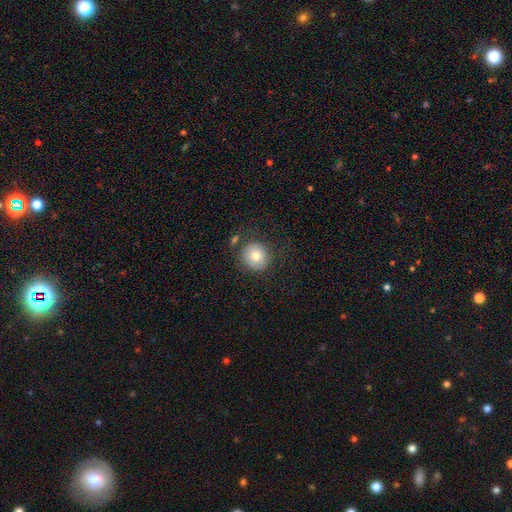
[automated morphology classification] Smooth or featured?
  - smooth: 77% *
  - featured or disk: 13%
  - star or artifact: 10%
How rounded?
  - round: 91% *
  - in between: 8%
  - cigar-shaped: 1%
Merging?
  - none: 75% *
  - minor disturbance: 13%
  - major disturbance: 6%
  - merger: 6%